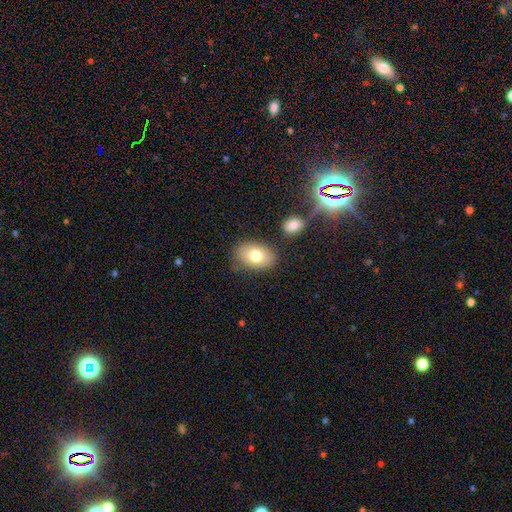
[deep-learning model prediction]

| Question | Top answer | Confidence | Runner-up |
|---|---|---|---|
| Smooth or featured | smooth | 76% | featured or disk (15%) |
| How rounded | in between | 84% | round (15%) |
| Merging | none | 78% | minor disturbance (13%) |